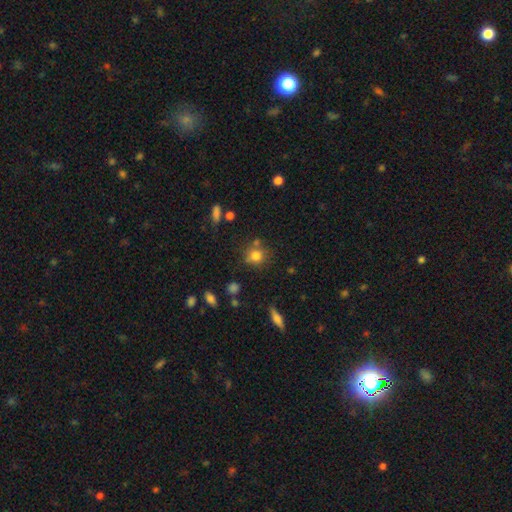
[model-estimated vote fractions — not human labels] The model was most divided on "merging": none: 68%, minor disturbance: 15%, merger: 12%, major disturbance: 5%. More confident: how rounded — round (81%); smooth or featured — smooth (79%).